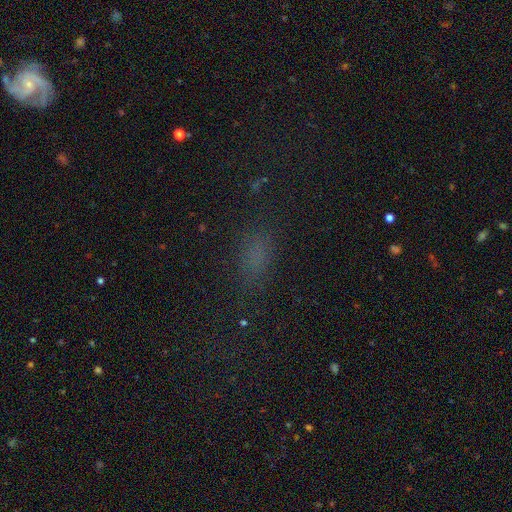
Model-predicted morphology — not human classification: Smooth or featured: smooth — 65% (star or artifact — 26%)
How rounded: in between — 73% (cigar-shaped — 18%)
Merging: none — 74% (minor disturbance — 15%)